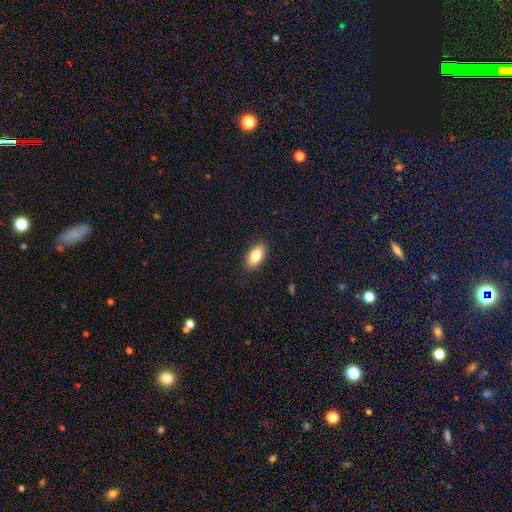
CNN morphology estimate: A smooth galaxy with no disk features (81%) that is in between round and cigar-shaped (89%).

Vote fractions:
- Smooth or featured? smooth: 81% / featured or disk: 12% / star or artifact: 7%
- How rounded? in between: 89% / cigar-shaped: 8% / round: 3%
- Merging? none: 88% / minor disturbance: 9% / major disturbance: 2% / merger: 1%